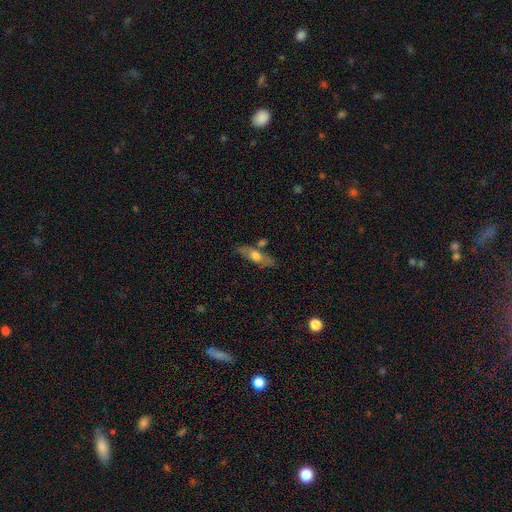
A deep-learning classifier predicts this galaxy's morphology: smooth-or-featured: smooth: 51% | featured or disk: 43% | star or artifact: 6%
  how-rounded: in between: 59% | cigar-shaped: 37% | round: 4%
  merging: none: 68% | minor disturbance: 17% | merger: 11% | major disturbance: 5%